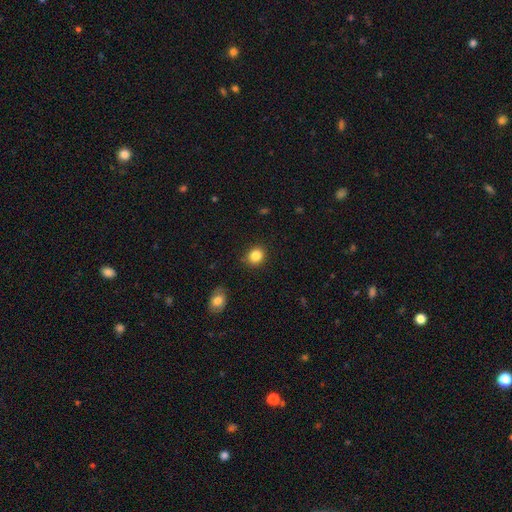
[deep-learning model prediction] The model was most divided on "how rounded": round: 72%, in between: 27%, cigar-shaped: 1%. More confident: merging — none (87%); smooth or featured — smooth (85%).